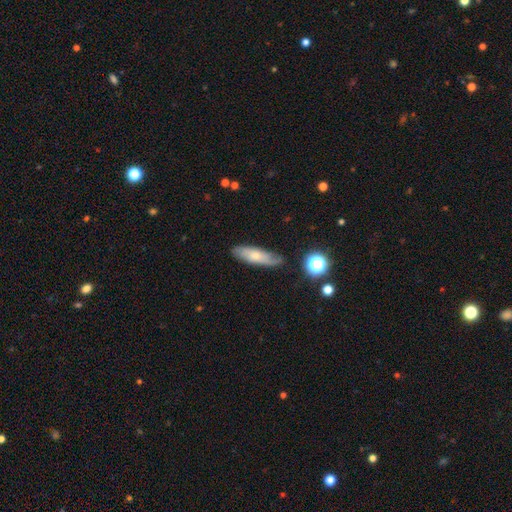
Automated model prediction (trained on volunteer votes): Overall: smooth (57%; featured or disk 35%). How rounded: cigar-shaped (52%; in between 46%). Merging: none (75%).